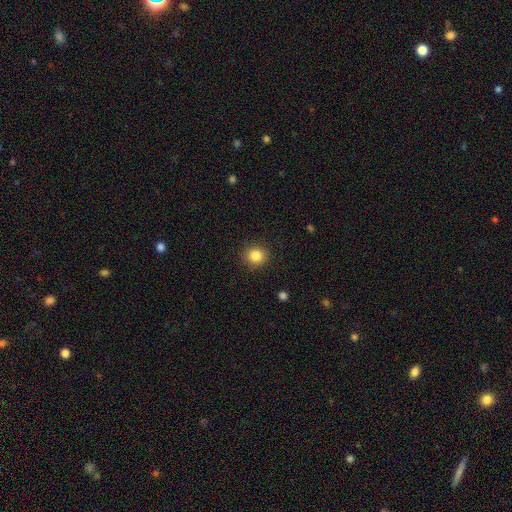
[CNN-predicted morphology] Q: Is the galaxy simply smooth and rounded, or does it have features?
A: smooth — 84%.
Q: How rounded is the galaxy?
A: round — 87%.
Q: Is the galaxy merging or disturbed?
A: none — 91%.